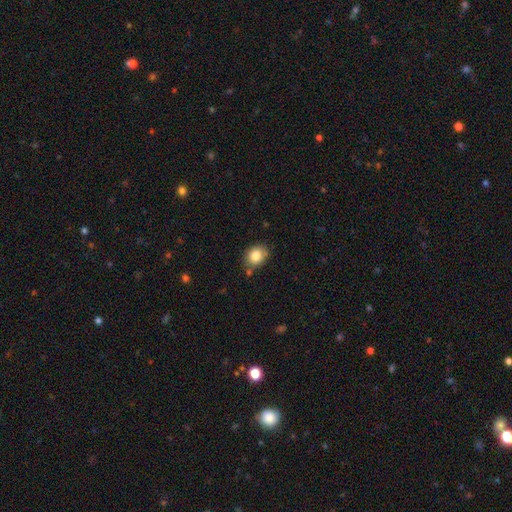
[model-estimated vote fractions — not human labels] This is clearly a smooth galaxy (84%). How rounded: possibly round (56%). Merging: likely none (77%).